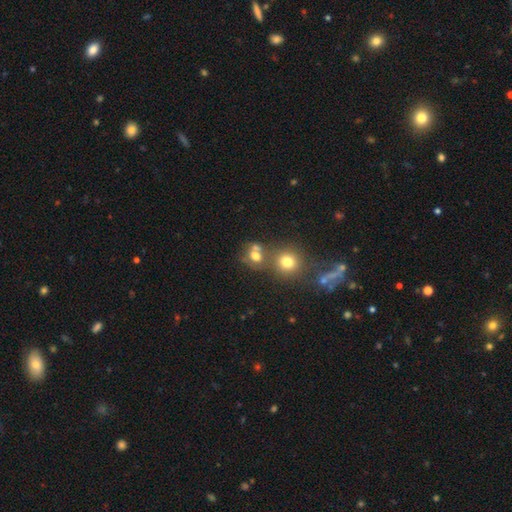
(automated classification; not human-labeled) Smooth or featured: smooth — 69% (star or artifact — 17%)
How rounded: round — 71% (in between — 28%)
Merging: none — 45% (merger — 38%)